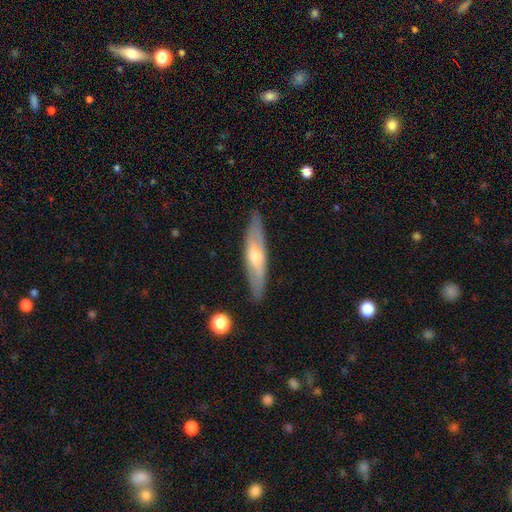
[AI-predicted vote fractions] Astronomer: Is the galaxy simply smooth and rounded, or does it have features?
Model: featured or disk — 56% (runner-up: smooth, 37%).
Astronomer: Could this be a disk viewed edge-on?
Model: yes — 70%.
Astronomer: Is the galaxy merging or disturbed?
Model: none — 87%.